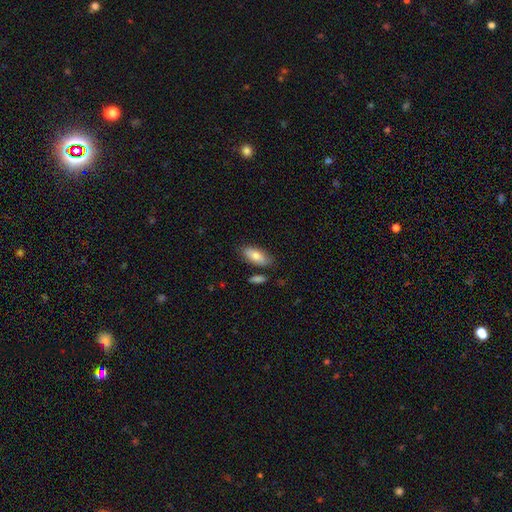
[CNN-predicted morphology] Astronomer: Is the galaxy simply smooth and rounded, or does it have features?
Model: smooth — 78%.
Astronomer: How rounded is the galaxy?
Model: in between — 86%.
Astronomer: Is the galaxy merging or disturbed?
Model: none — 78%.